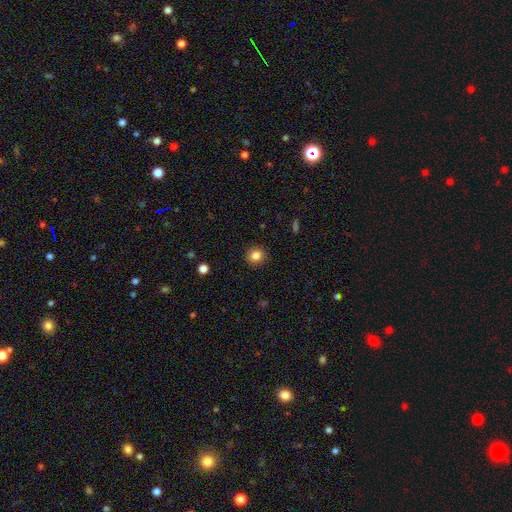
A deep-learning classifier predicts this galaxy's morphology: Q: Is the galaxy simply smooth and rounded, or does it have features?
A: smooth — 84%.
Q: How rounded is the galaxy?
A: round — 87%.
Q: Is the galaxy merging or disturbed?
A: none — 90%.